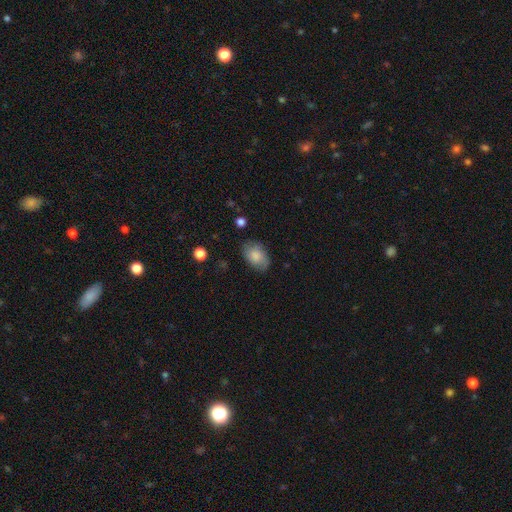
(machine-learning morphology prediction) smooth_or_featured: smooth (p=0.78) [alt: featured or disk p=0.15]
how_rounded: in between (p=0.87) [alt: round p=0.12]
merging: none (p=0.75) [alt: minor disturbance p=0.19]